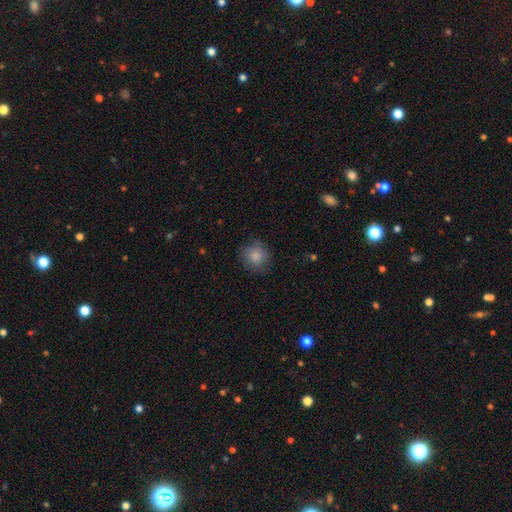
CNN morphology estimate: Smooth or featured? Predicted: smooth (p=0.84). How rounded? Predicted: round (p=0.88). Merging? Predicted: none (p=0.81).